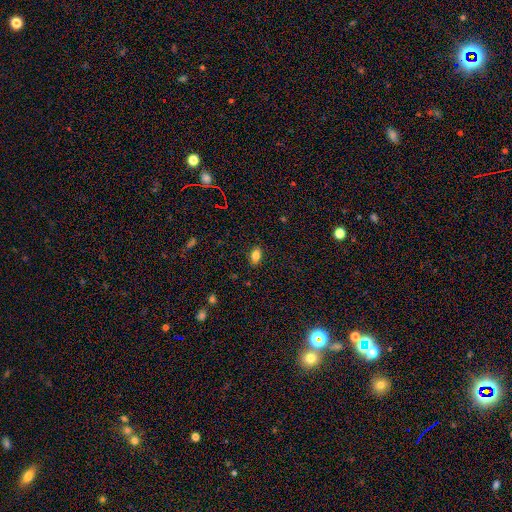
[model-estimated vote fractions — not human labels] The model was most divided on "smooth or featured": smooth: 81%, star or artifact: 11%, featured or disk: 8%. More confident: merging — none (87%); how rounded — in between (87%).